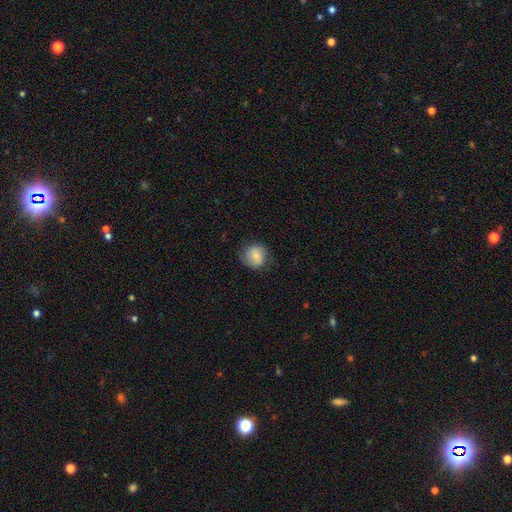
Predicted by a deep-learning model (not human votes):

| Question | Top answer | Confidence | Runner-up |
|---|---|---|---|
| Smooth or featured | smooth | 68% | featured or disk (25%) |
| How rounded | round | 81% | in between (18%) |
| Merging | none | 74% | minor disturbance (18%) |